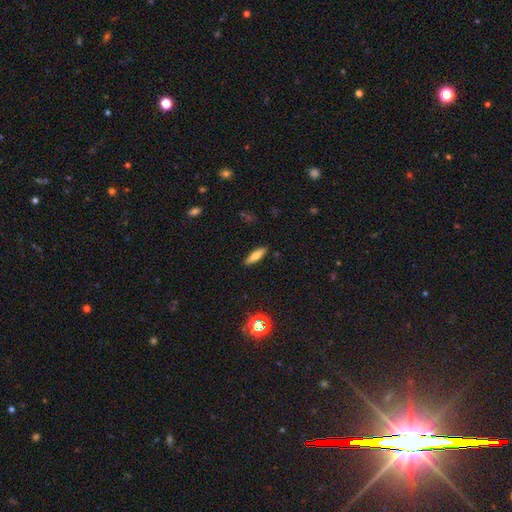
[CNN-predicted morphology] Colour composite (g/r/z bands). It shows a smooth galaxy with no disk features (68%) that is cigar-shaped (65%). Merging: none (89%).